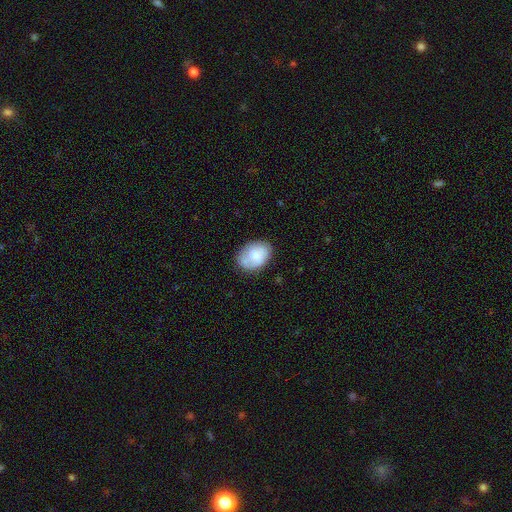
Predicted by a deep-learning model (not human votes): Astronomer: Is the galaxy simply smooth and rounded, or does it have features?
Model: smooth — 68%.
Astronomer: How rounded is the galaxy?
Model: in between — 76%.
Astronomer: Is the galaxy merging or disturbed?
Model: none — 69%.